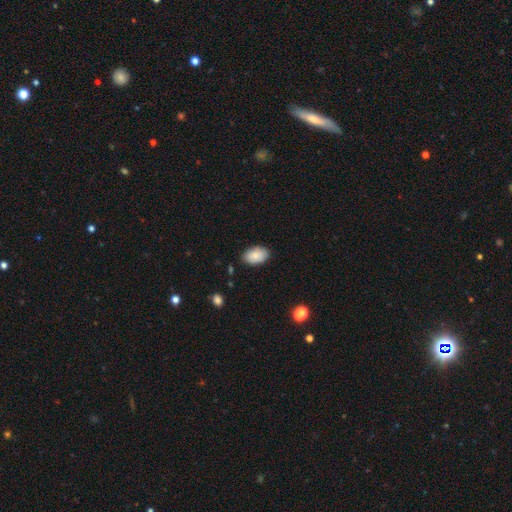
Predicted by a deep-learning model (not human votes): A smooth galaxy with no disk features (85%) that is in between round and cigar-shaped (92%). Merging: none (84%).